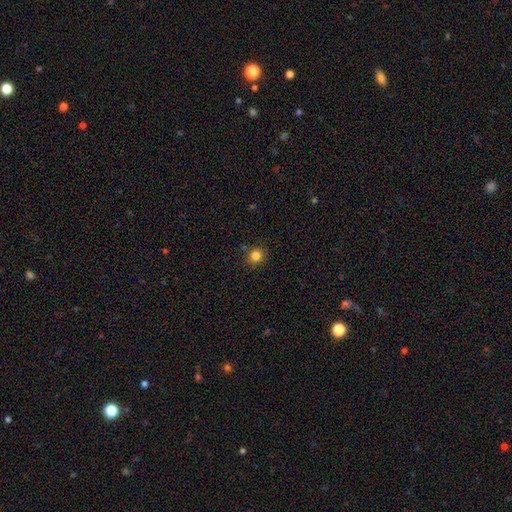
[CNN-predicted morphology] A smooth galaxy with no disk features (84%) that is round (86%).

Vote fractions:
- Smooth or featured? smooth: 84% / star or artifact: 12% / featured or disk: 4%
- How rounded? round: 86% / in between: 13% / cigar-shaped: 1%
- Merging? none: 83% / minor disturbance: 10% / merger: 4% / major disturbance: 3%